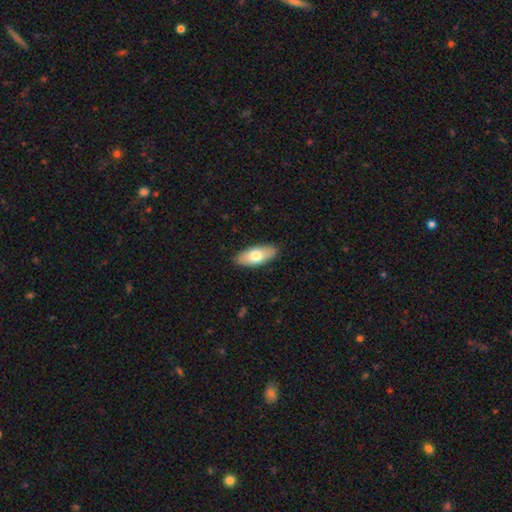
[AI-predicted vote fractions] Q: Smooth or featured?
A: smooth (70%); runner-up: featured or disk (24%)
Q: How rounded?
A: in between (81%); runner-up: cigar-shaped (17%)
Q: Merging?
A: none (89%); runner-up: minor disturbance (9%)